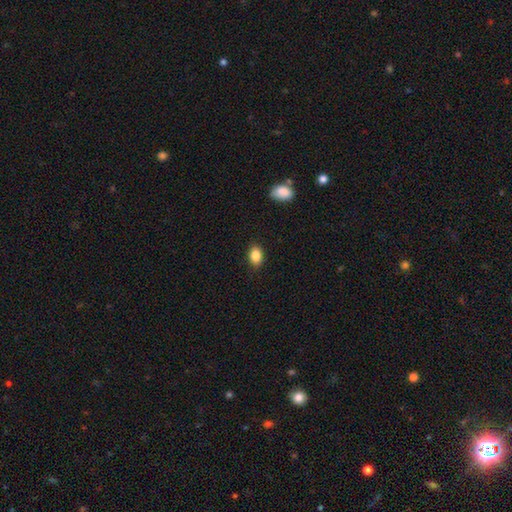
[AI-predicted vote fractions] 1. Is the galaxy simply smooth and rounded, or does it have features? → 86% smooth, 9% star or artifact, 5% featured or disk.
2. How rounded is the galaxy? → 78% in between, 20% round, 1% cigar-shaped.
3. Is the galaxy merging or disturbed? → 87% none, 10% minor disturbance, 2% major disturbance, 1% merger.